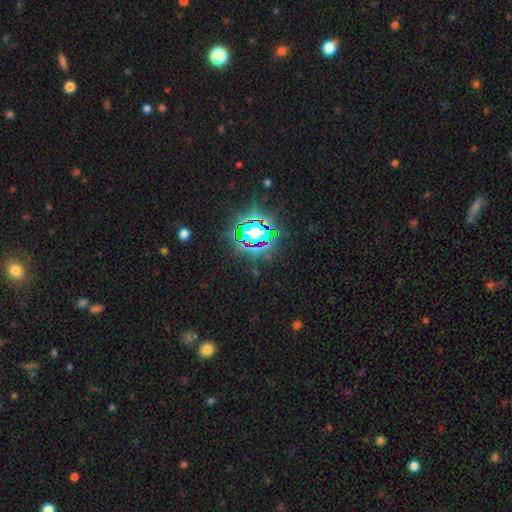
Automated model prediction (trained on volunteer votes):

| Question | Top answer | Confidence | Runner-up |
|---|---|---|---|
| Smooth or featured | star or artifact | 80% | smooth (12%) |